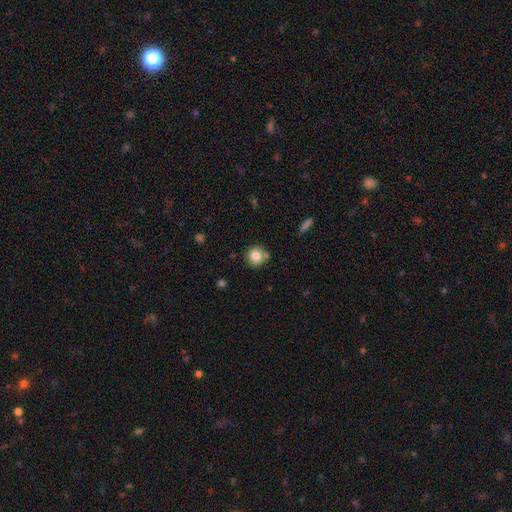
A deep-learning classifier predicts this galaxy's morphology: This is clearly a smooth galaxy (82%). How rounded: clearly round (86%). Merging: likely none (74%).